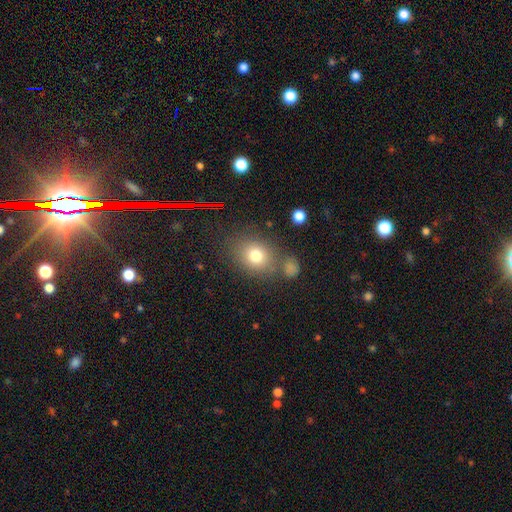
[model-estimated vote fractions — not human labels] Smooth or featured: smooth — 77% (star or artifact — 13%)
How rounded: round — 59% (in between — 40%)
Merging: none — 74% (minor disturbance — 13%)